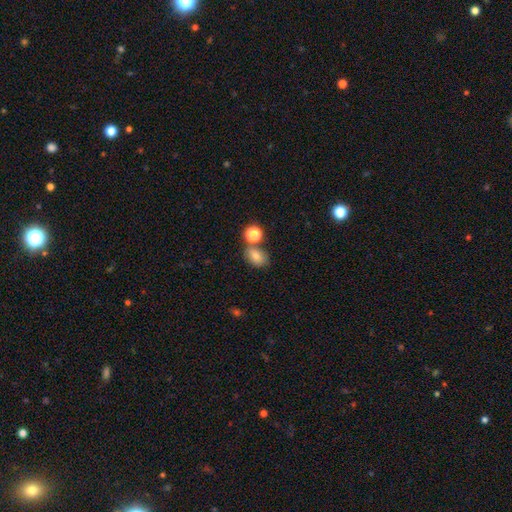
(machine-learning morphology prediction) This appears to be a smooth galaxy with no disk features (77%) that is in between round and cigar-shaped (69%). Merging: none (62%).